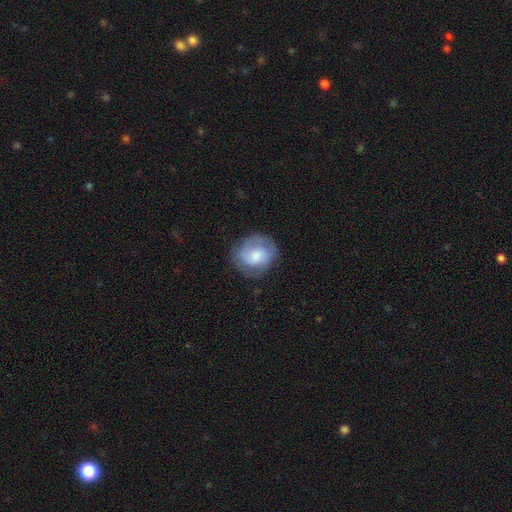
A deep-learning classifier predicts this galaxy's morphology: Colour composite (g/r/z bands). It shows a smooth galaxy with no disk features (55%) that is round (74%). Merging: none (70%).